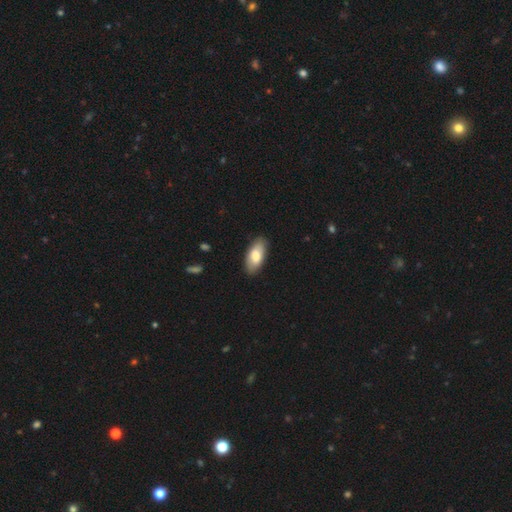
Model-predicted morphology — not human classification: smooth-or-featured: smooth: 76% | featured or disk: 18% | star or artifact: 5%
  how-rounded: in between: 90% | cigar-shaped: 8% | round: 2%
  merging: none: 86% | minor disturbance: 11% | major disturbance: 2% | merger: 1%